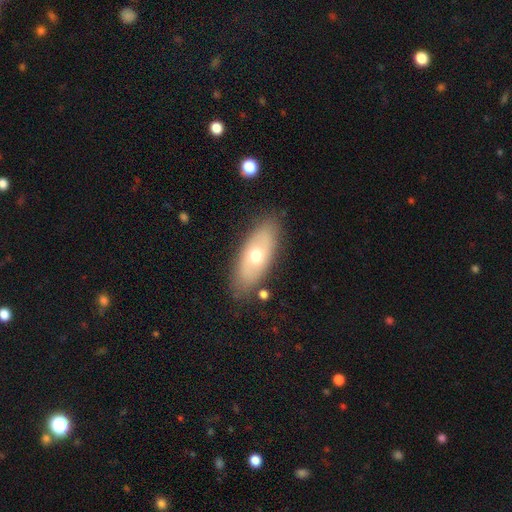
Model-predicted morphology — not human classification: Overall: smooth (54%; featured or disk 40%). How rounded: in between (81%). Merging: none (83%).